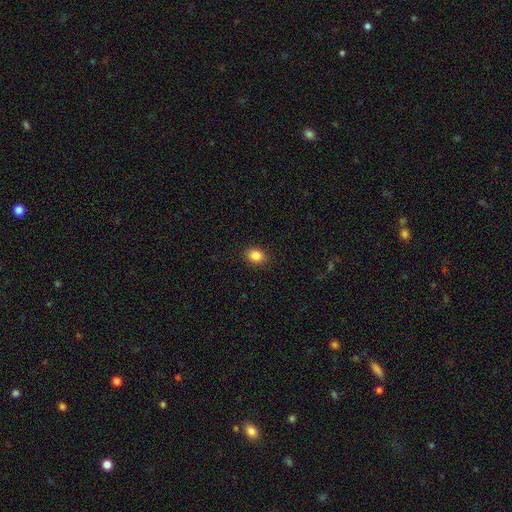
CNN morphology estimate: Smooth or featured? smooth (86%)
How rounded? in between (54%)
Merging? none (90%)